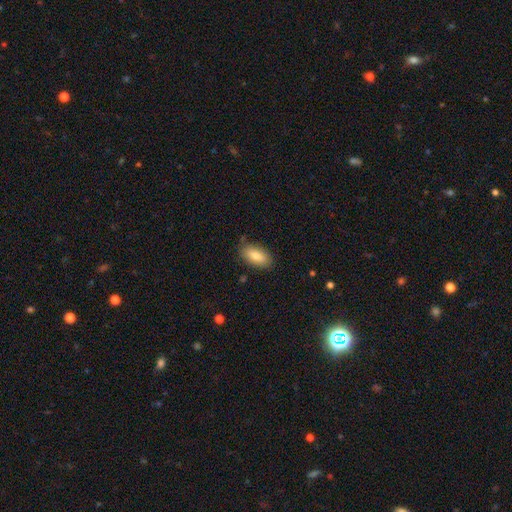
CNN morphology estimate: Smooth or featured? smooth (83%)
How rounded? in between (90%)
Merging? none (85%)